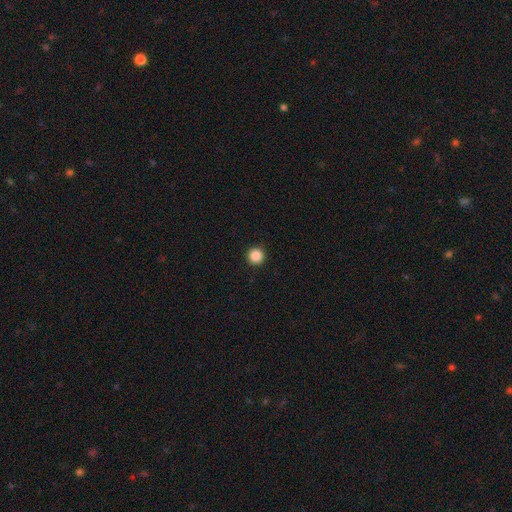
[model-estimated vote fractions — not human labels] Morphology: type=smooth (87%); roundness=round (96%); merging=none (93%).